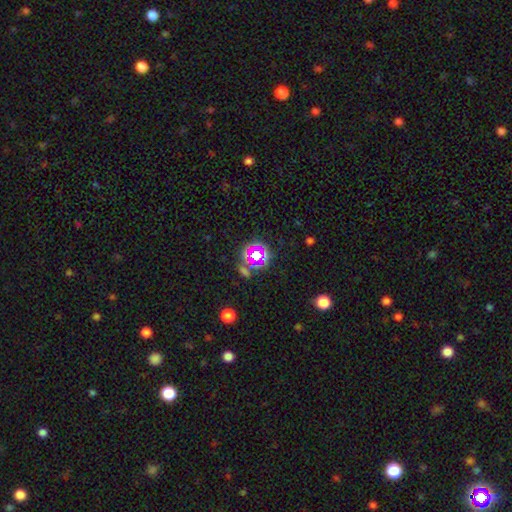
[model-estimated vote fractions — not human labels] This is possibly a star or artifact rather than a galaxy (60%).